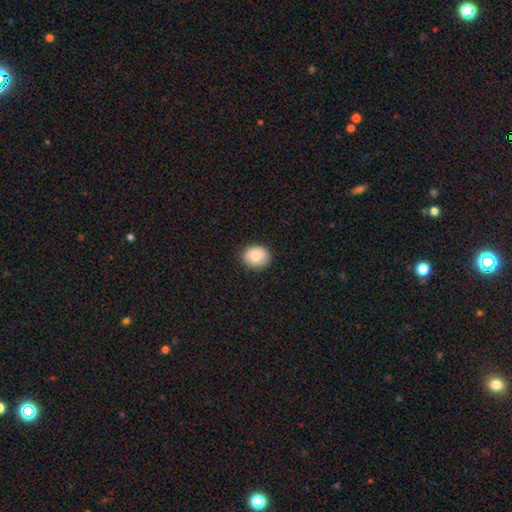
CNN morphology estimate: This is clearly a smooth galaxy (83%). How rounded: possibly round (59%). Merging: clearly none (84%).